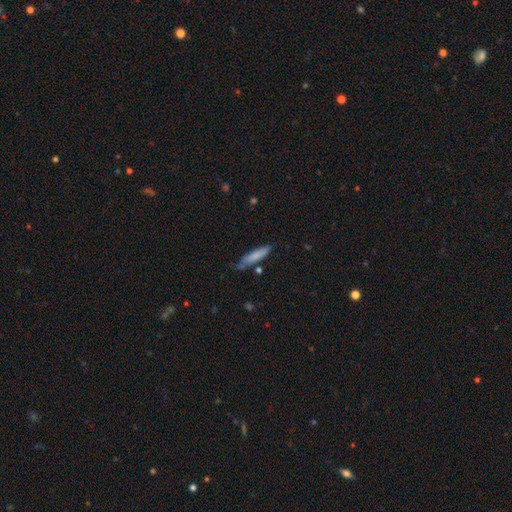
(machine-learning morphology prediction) A smooth galaxy with no disk features (78%) that is cigar-shaped (81%). Merging: none (66%).